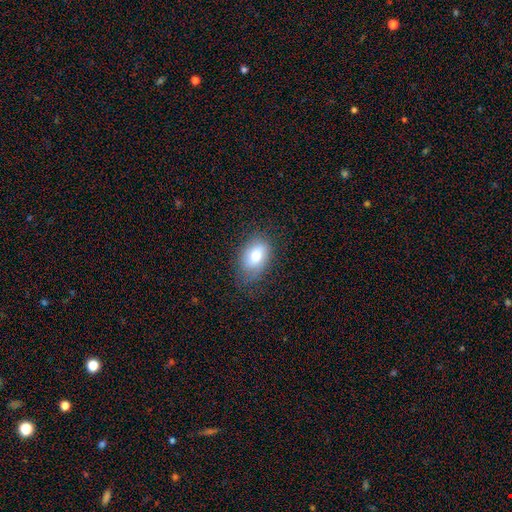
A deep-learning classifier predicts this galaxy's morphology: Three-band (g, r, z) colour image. It shows a smooth galaxy with no disk features (73%) that is in between round and cigar-shaped (87%). Merging: none (73%).